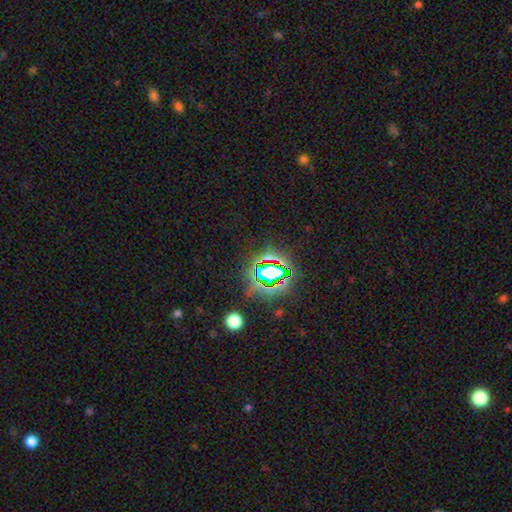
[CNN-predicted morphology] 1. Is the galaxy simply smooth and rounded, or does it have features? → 80% star or artifact, 13% smooth, 8% featured or disk.